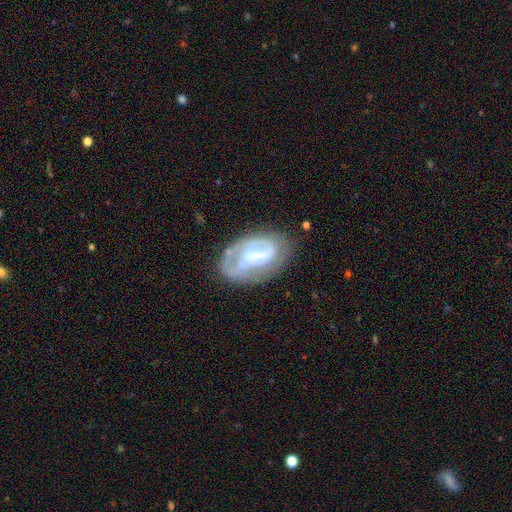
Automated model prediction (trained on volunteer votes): smooth_or_featured: featured or disk (p=0.79) [alt: smooth p=0.16]
disk_edge_on: no (p=0.96) [alt: yes p=0.04]
bar: weak (p=0.48) [alt: no p=0.29]
has_spiral_arms: yes (p=0.88) [alt: no p=0.12]
spiral_winding: tight (p=0.48) [alt: medium p=0.38]
spiral_arm_count: 2 (p=0.53) [alt: can't tell p=0.20]
bulge_size: small (p=0.51) [alt: moderate p=0.34]
merging: none (p=0.67) [alt: minor disturbance p=0.21]